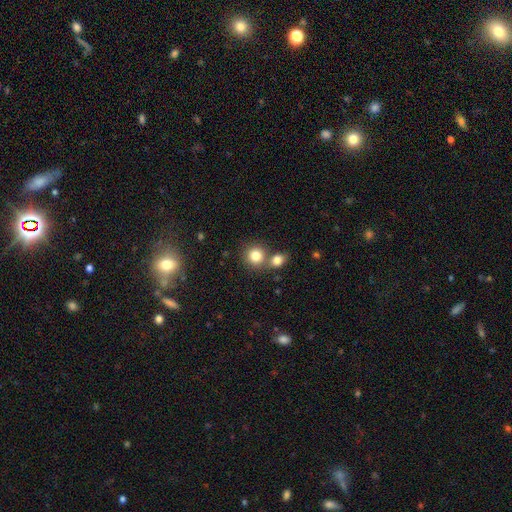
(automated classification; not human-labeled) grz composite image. It shows a smooth galaxy with no disk features (82%) that is round (86%). Merging: none (57%).